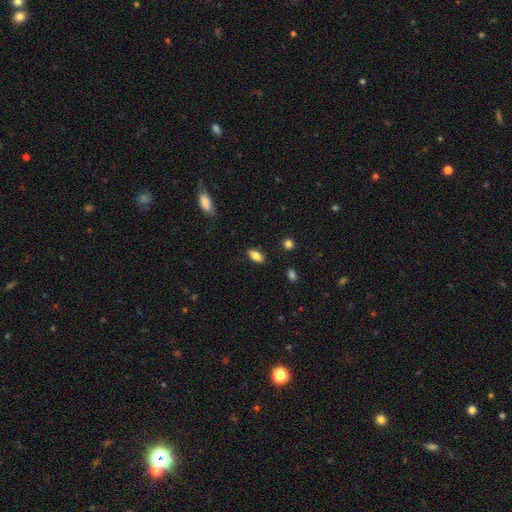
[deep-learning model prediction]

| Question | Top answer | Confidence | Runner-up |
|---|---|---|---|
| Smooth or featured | smooth | 82% | featured or disk (10%) |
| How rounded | in between | 88% | cigar-shaped (9%) |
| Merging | none | 86% | minor disturbance (11%) |